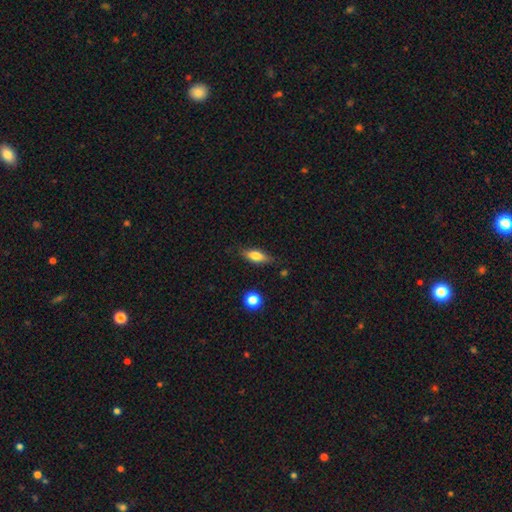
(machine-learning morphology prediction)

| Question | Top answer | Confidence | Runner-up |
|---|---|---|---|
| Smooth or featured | smooth | 68% | featured or disk (25%) |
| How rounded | in between | 63% | cigar-shaped (33%) |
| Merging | none | 78% | minor disturbance (16%) |